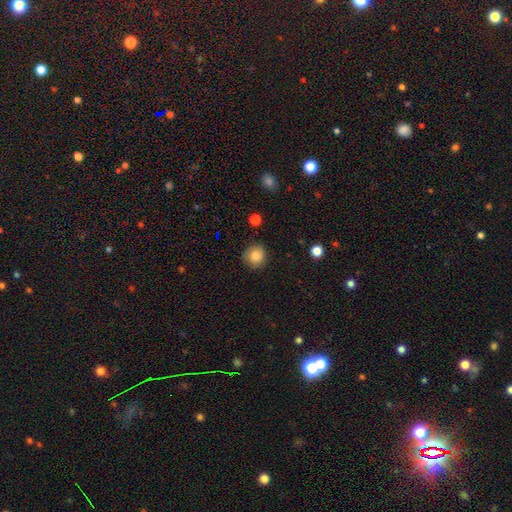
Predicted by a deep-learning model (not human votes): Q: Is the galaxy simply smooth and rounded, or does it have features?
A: smooth — 84%.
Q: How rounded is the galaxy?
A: round — 86%.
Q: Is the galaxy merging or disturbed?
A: none — 84%.